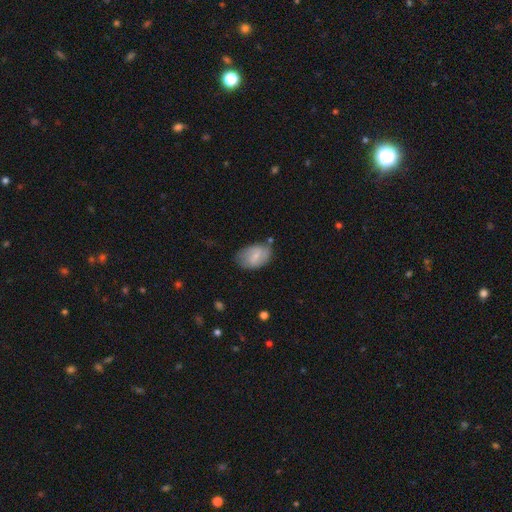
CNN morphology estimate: Overall: smooth (57%; featured or disk 36%). How rounded: in between (87%). Merging: none (65%).